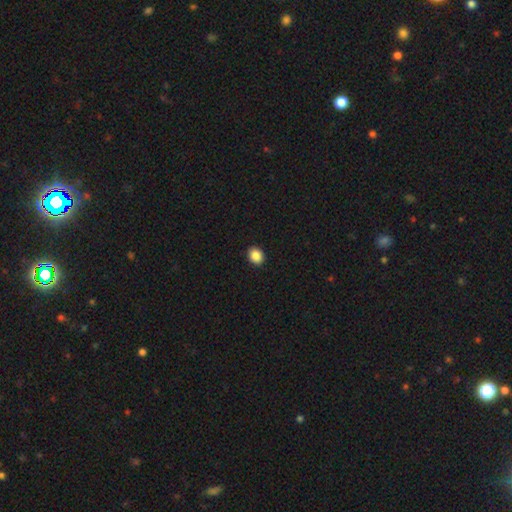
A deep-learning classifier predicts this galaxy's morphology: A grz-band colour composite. It shows a smooth galaxy with no disk features (88%) that is round (54%). Merging: none (92%).